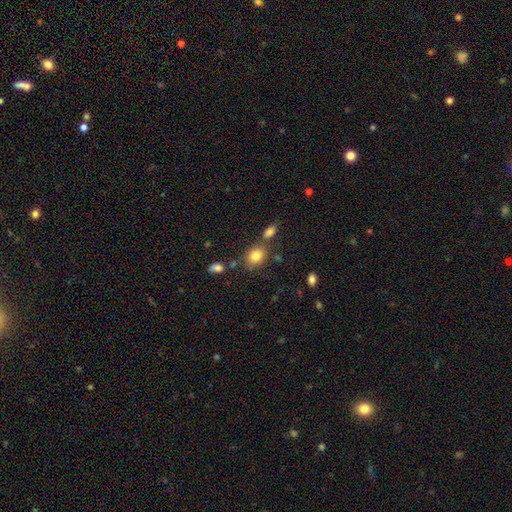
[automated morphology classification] Smooth or featured? smooth (83%)
How rounded? round (51%)
Merging? none (68%)